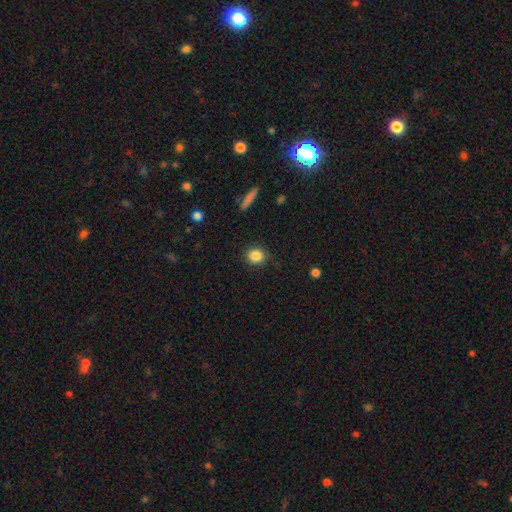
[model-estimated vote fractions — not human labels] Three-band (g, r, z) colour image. It shows a smooth galaxy with no disk features (86%) that is round (76%). Merging: none (88%).